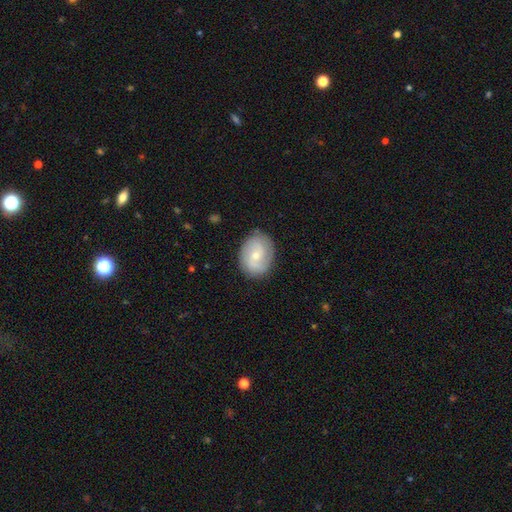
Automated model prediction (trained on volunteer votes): smooth-or-featured: featured or disk: 58% | smooth: 36% | star or artifact: 6%
  disk-edge-on: no: 97% | yes: 3%
    bar: no: 57% | weak: 37% | strong: 6%
    has-spiral-arms: yes: 85% | no: 15%
    bulge-size: small: 59% | moderate: 37% | none: 2% | large: 1% | dominant: 1%
  merging: none: 80% | minor disturbance: 15% | major disturbance: 4% | merger: 1%